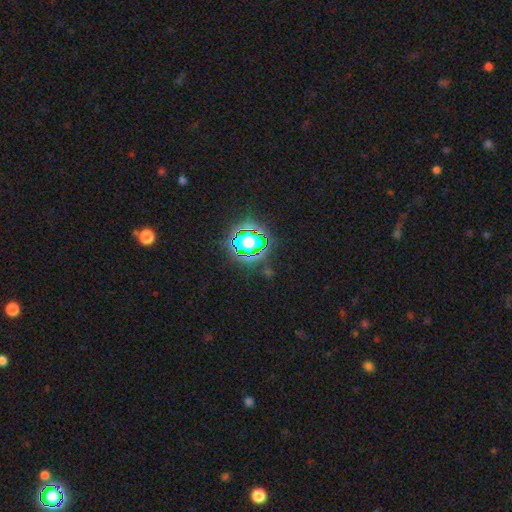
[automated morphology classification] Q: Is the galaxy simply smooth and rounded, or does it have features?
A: star or artifact — 83%.